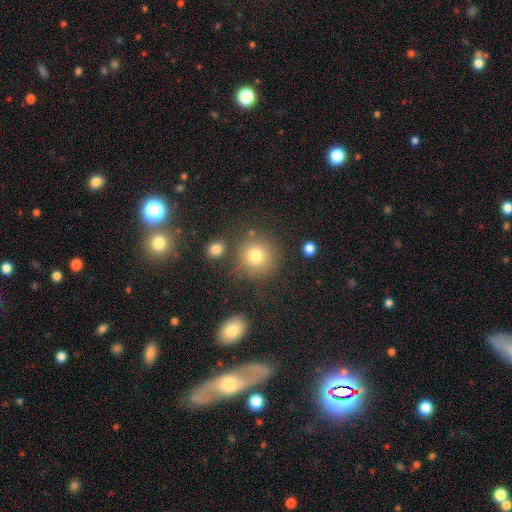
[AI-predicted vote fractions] This appears to be a smooth galaxy with no disk features (78%) that is round (92%). Merging: none (78%).